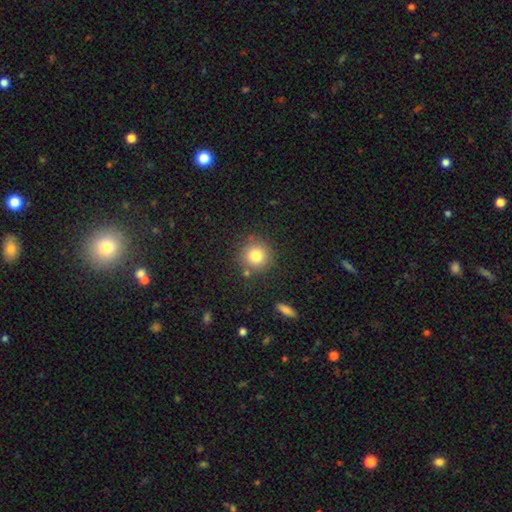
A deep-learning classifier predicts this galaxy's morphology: Overall: smooth (81%). How rounded: round (93%). Merging: none (83%).